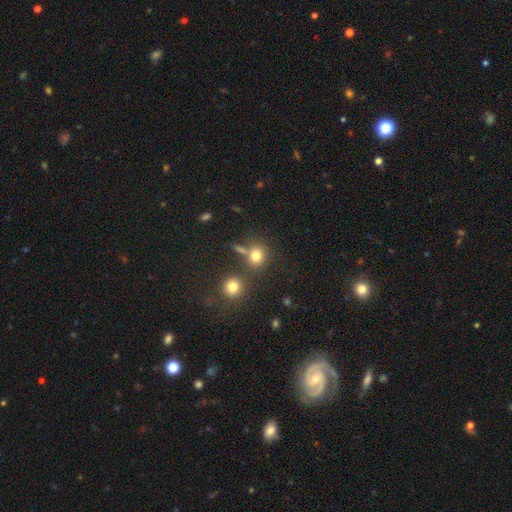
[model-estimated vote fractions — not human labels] Smooth or featured: smooth — 76% (star or artifact — 16%)
How rounded: round — 76% (in between — 22%)
Merging: none — 65% (merger — 18%)